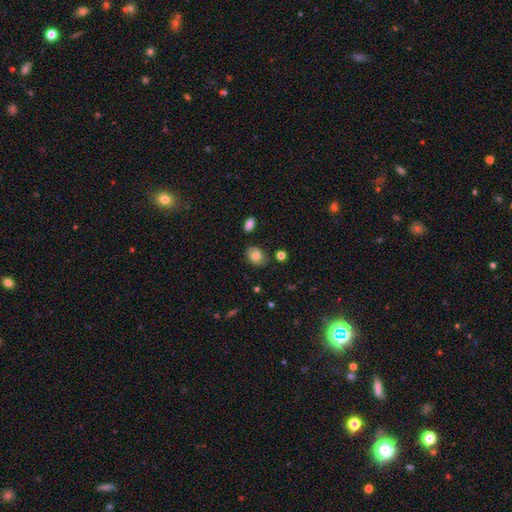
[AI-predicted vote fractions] Overall: smooth (77%). How rounded: in between (73%). Merging: none (81%).